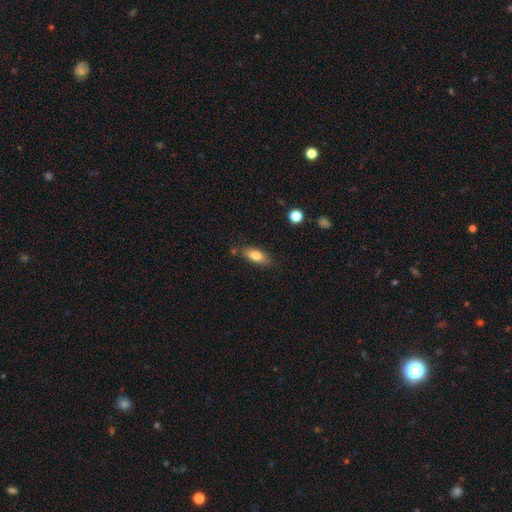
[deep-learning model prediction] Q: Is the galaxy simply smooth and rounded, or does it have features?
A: smooth — 76%.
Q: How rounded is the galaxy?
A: in between — 75%.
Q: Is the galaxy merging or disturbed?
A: none — 78%.